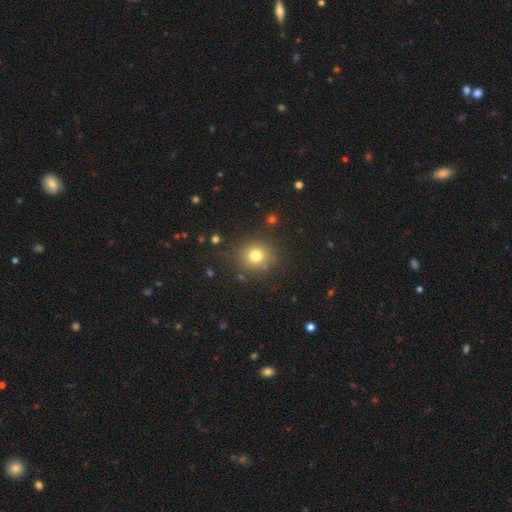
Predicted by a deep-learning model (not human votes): This is likely a smooth galaxy (77%). How rounded: clearly round (87%). Merging: clearly none (83%).